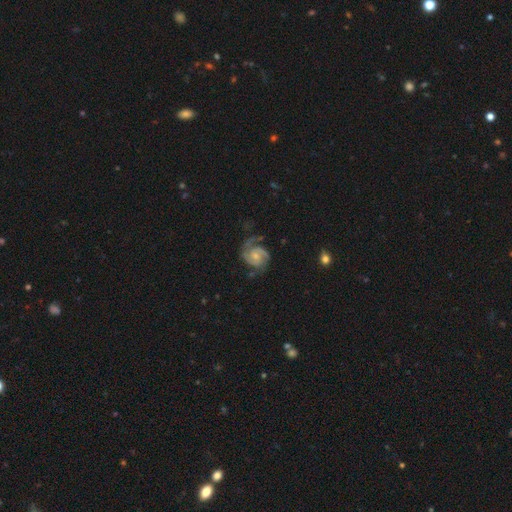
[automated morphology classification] Smooth or featured: featured or disk — 89% (smooth — 6%)
Edge-on disk: no — 98% (yes — 2%)
Bar: no — 63% (weak — 31%)
Spiral arms: yes — 98% (no — 2%)
Spiral winding: medium — 45% (tied with tight — 45%)
Spiral arm count: 2 — 80% (3 — 8%)
Bulge size: small — 59% (moderate — 31%)
Merging: none — 64% (minor disturbance — 21%)